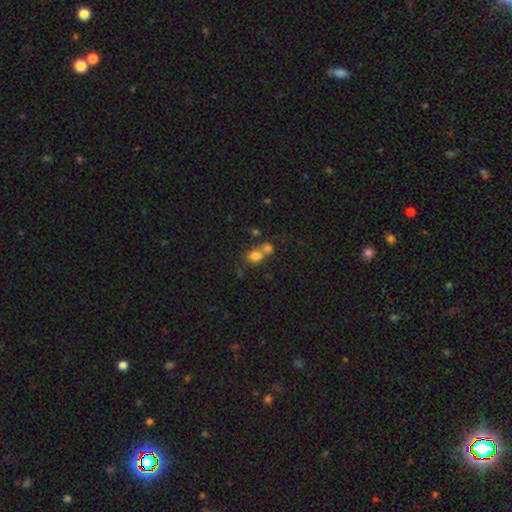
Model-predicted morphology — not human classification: Q: Smooth or featured?
A: smooth (78%); runner-up: star or artifact (12%)
Q: How rounded?
A: round (64%); runner-up: in between (35%)
Q: Merging?
A: merger (55%); runner-up: none (35%)